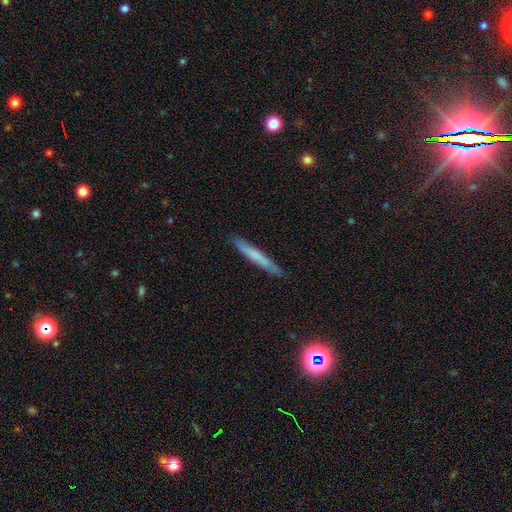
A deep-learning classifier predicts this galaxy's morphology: Smooth or featured: smooth — 62% (featured or disk — 31%)
How rounded: cigar-shaped — 95% (in between — 4%)
Merging: none — 87% (minor disturbance — 10%)